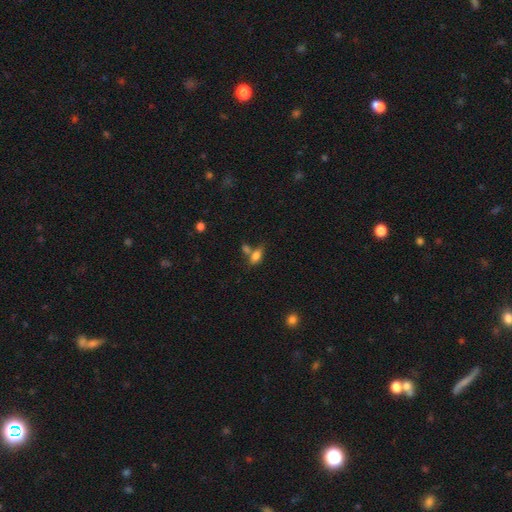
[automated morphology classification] smooth-or-featured: smooth: 72% | featured or disk: 17% | star or artifact: 11%
  how-rounded: in between: 80% | cigar-shaped: 14% | round: 7%
  merging: none: 47% | merger: 32% | minor disturbance: 14% | major disturbance: 7%